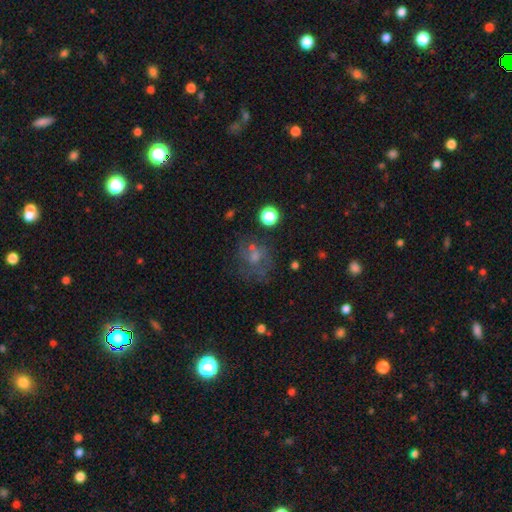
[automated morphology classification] Overall: smooth (46%; featured or disk 33%). Merging: none (51%; minor disturbance 20%).